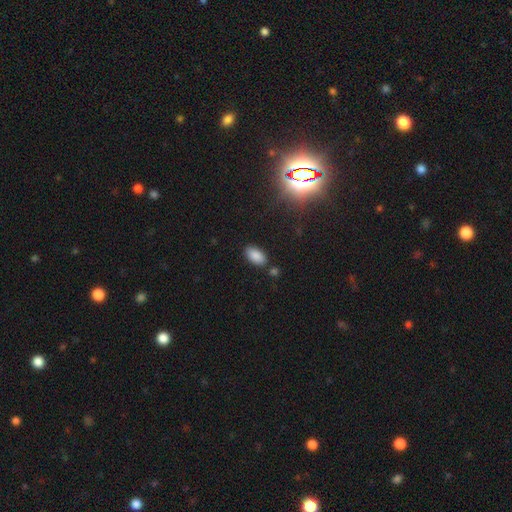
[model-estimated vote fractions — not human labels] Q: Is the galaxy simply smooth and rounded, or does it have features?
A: smooth — 85%.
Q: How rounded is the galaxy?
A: in between — 94%.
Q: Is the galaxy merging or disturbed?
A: none — 82%.